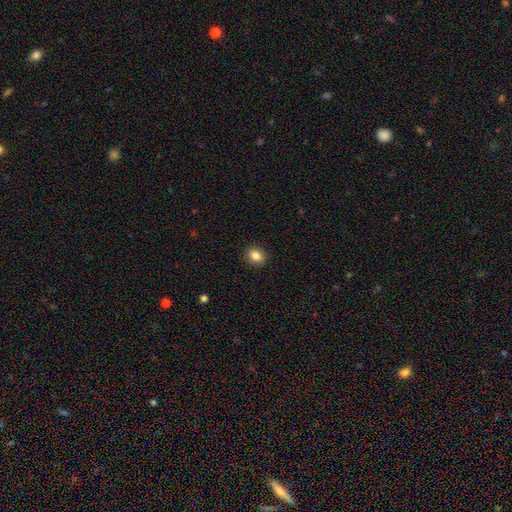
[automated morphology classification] smooth-or-featured: smooth: 84% | star or artifact: 10% | featured or disk: 6%
  how-rounded: round: 54% | in between: 45% | cigar-shaped: 1%
  merging: none: 90% | minor disturbance: 7% | major disturbance: 2% | merger: 1%